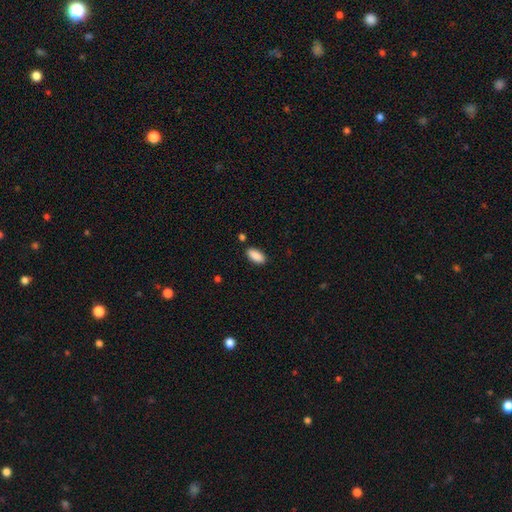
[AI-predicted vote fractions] Smooth or featured?
  - smooth: 89% *
  - star or artifact: 7%
  - featured or disk: 4%
How rounded?
  - in between: 91% *
  - cigar-shaped: 7%
  - round: 2%
Merging?
  - none: 85% *
  - minor disturbance: 10%
  - merger: 3%
  - major disturbance: 2%